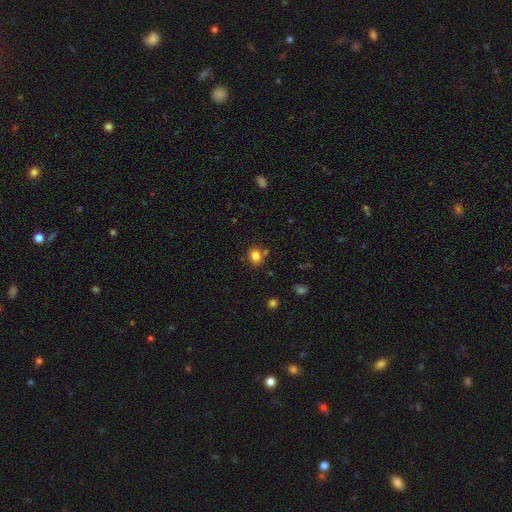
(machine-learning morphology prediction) Smooth or featured? Predicted: smooth (p=0.81). How rounded? Predicted: round (p=0.58). Merging? Predicted: none (p=0.75).